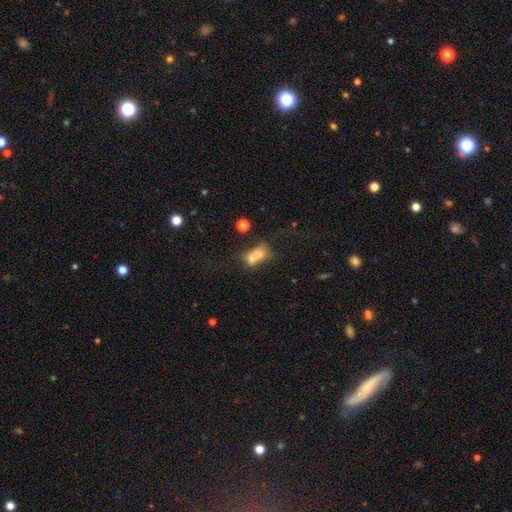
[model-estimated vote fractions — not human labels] The model was most divided on "merging": merger: 58%, none: 22%, minor disturbance: 11%, major disturbance: 9%. More confident: smooth or featured — smooth (68%); how rounded — in between (68%).